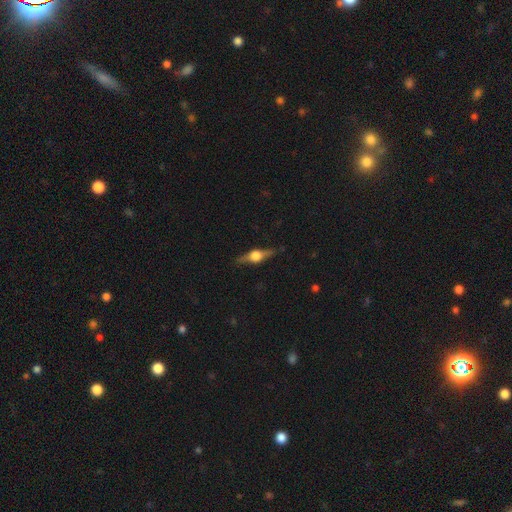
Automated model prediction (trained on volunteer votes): Q: Smooth or featured?
A: featured or disk (78%); runner-up: smooth (15%)
Q: Edge-on disk?
A: yes (97%); runner-up: no (3%)
Q: Edge-on bulge?
A: rounded (94%); runner-up: boxy (4%)
Q: Merging?
A: none (88%); runner-up: minor disturbance (9%)